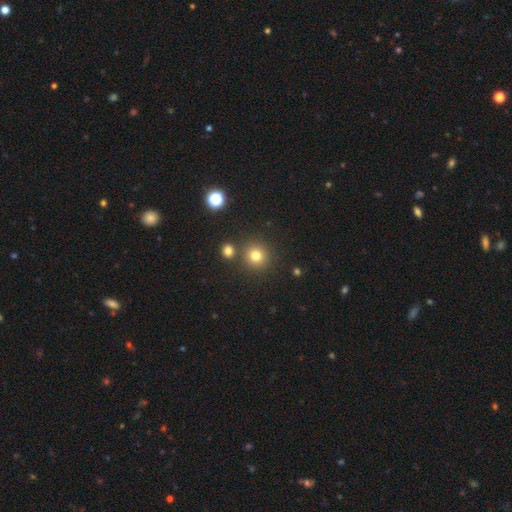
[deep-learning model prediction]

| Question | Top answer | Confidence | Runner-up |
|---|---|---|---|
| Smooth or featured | smooth | 78% | star or artifact (16%) |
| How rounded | round | 93% | in between (6%) |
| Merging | none | 82% | merger (8%) |